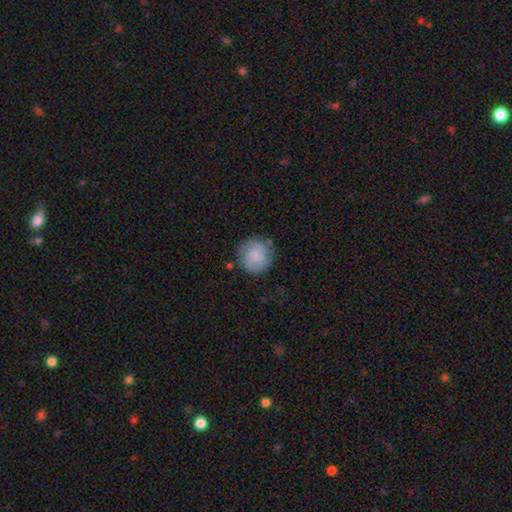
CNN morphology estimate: Smooth or featured: smooth — 62% (featured or disk — 31%)
How rounded: round — 90% (in between — 9%)
Merging: none — 77% (minor disturbance — 16%)